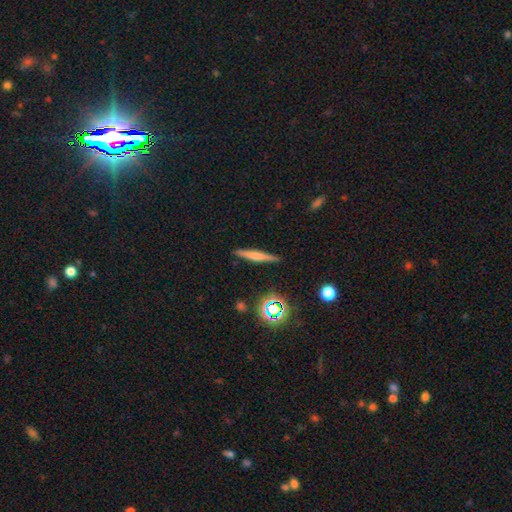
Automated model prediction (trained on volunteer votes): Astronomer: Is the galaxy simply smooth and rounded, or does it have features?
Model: smooth — 52% (runner-up: featured or disk, 37%).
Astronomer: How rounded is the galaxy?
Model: cigar-shaped — 92%.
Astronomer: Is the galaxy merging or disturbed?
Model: none — 87%.